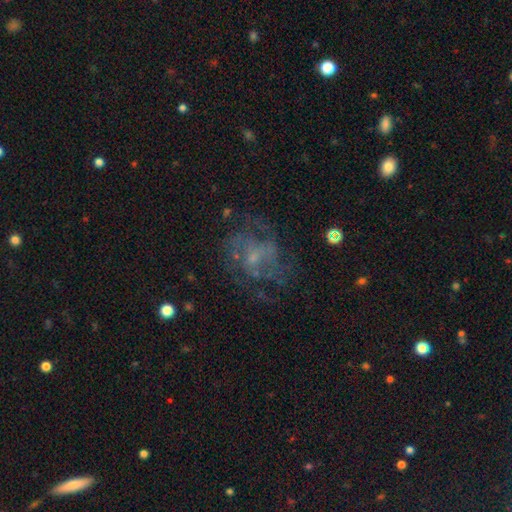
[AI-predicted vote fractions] Overall: featured or disk (66%). Edge-on disk: no (98%). Bar: no (68%; weak 28%). Spiral arms: yes (61%; no 39%). Bulge size: small (57%; moderate 21%). Merging: none (57%; major disturbance 23%).